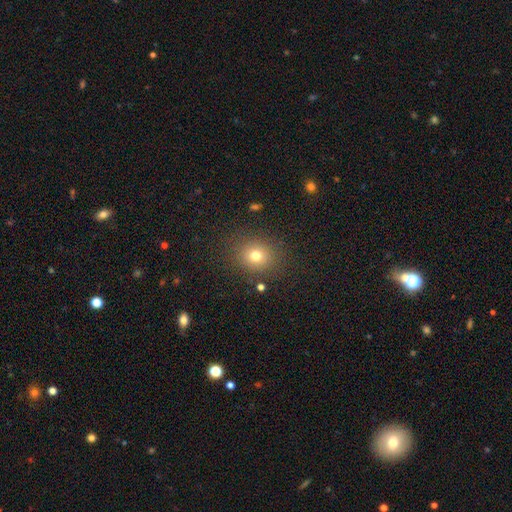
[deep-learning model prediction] Smooth or featured? smooth (75%)
How rounded? round (74%)
Merging? none (85%)